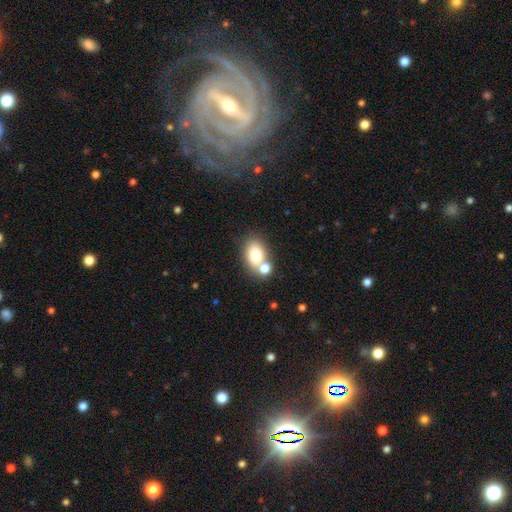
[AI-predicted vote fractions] The model was most divided on "merging": none: 55%, merger: 30%, minor disturbance: 11%, major disturbance: 4%. More confident: how rounded — in between (77%); smooth or featured — smooth (76%).